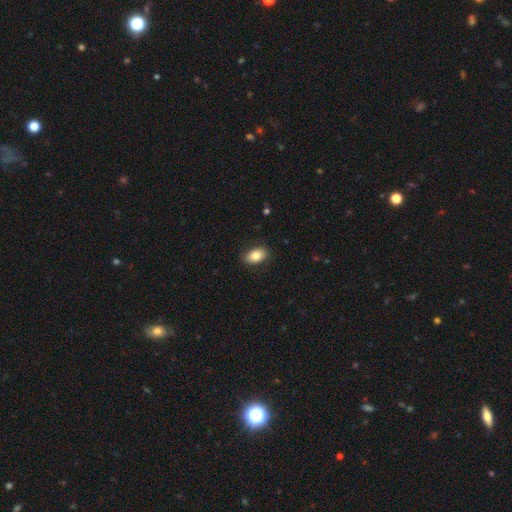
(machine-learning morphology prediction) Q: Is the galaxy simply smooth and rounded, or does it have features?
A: smooth — 84%.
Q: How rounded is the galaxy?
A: in between — 89%.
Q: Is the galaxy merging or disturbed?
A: none — 87%.